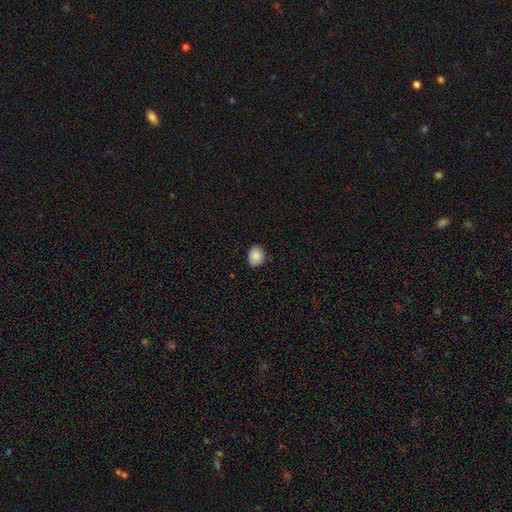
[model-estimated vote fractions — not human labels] Q: Smooth or featured?
A: smooth (87%); runner-up: star or artifact (8%)
Q: How rounded?
A: round (64%); runner-up: in between (35%)
Q: Merging?
A: none (80%); runner-up: minor disturbance (16%)